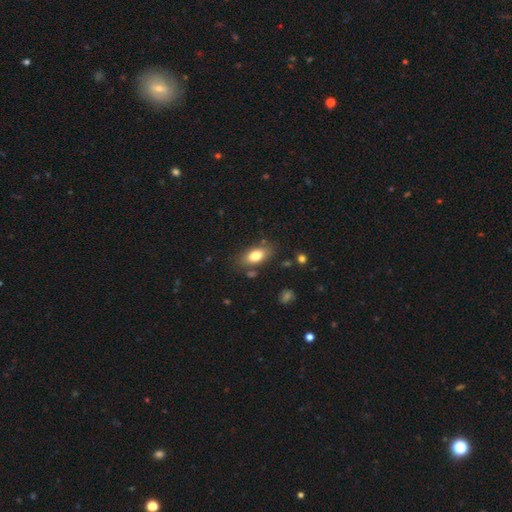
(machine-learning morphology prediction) smooth-or-featured: smooth: 79% | featured or disk: 14% | star or artifact: 8%
  how-rounded: in between: 87% | cigar-shaped: 7% | round: 6%
  merging: none: 78% | minor disturbance: 14% | merger: 4% | major disturbance: 4%